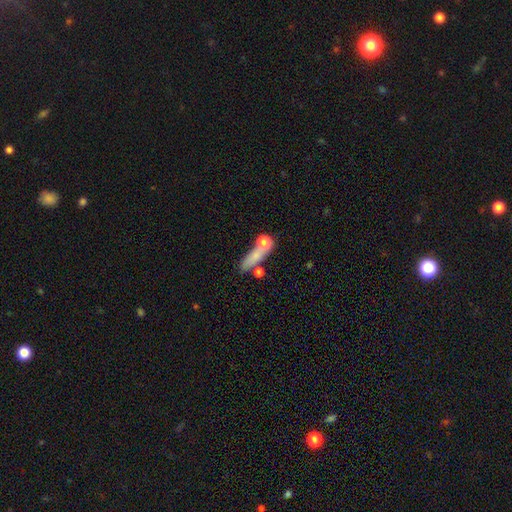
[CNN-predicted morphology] type=smooth (69%); roundness=cigar-shaped (45%); merging=none (45%).